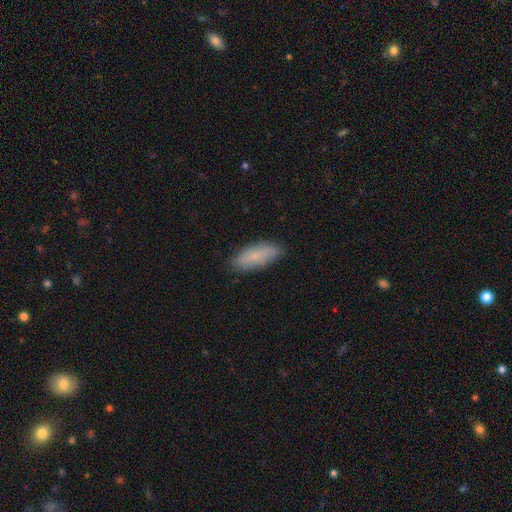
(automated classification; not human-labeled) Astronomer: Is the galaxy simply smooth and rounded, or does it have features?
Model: smooth — 76%.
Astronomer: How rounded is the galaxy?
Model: in between — 74%.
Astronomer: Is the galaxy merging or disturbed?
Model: none — 82%.